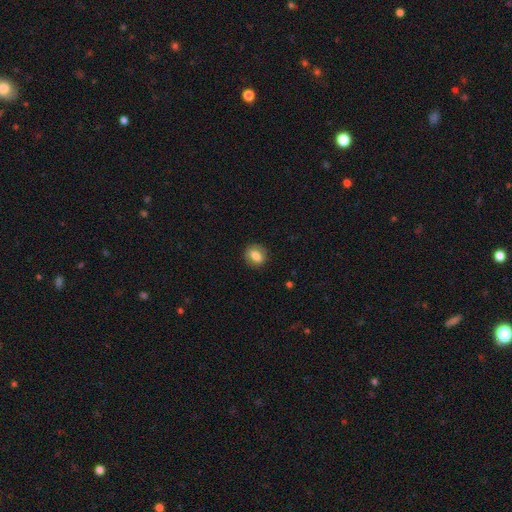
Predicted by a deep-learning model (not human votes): smooth-or-featured: smooth: 75% | featured or disk: 16% | star or artifact: 8%
  how-rounded: round: 52% | in between: 47% | cigar-shaped: 2%
  merging: none: 84% | minor disturbance: 12% | major disturbance: 4% | merger: 1%